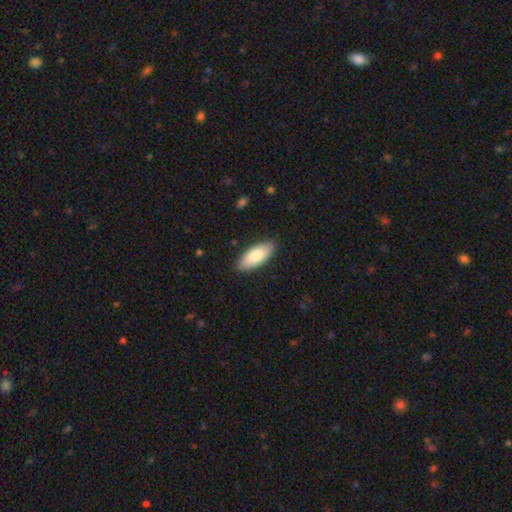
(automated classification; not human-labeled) This appears to be a smooth galaxy with no disk features (82%) that is in between round and cigar-shaped (81%). Merging: none (87%).